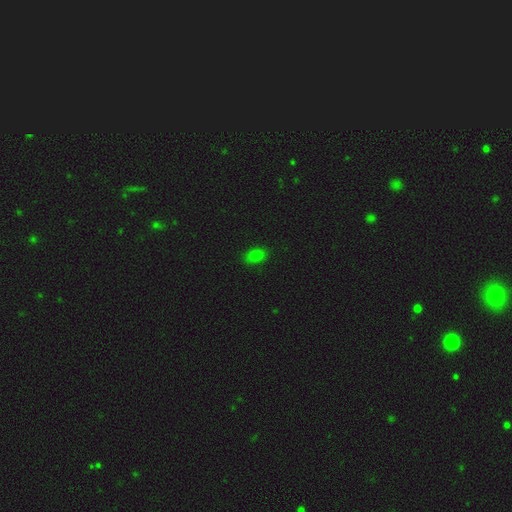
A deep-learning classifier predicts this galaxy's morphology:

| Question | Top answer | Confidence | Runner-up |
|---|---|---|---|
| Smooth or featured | smooth | 77% | star or artifact (16%) |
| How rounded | in between | 77% | round (21%) |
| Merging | none | 87% | minor disturbance (10%) |